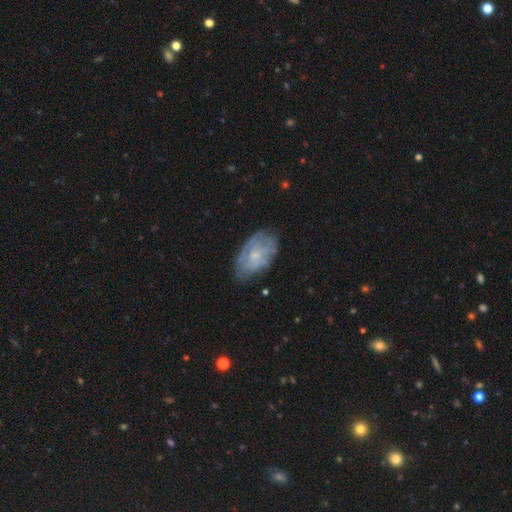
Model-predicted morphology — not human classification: A featured or disk galaxy (52%).

Vote fractions:
- Smooth or featured? featured or disk: 52% / smooth: 41% / star or artifact: 7%
- Edge-on disk? no: 94% / yes: 6%
- Merging? none: 67% / minor disturbance: 24% / major disturbance: 8% / merger: 2%